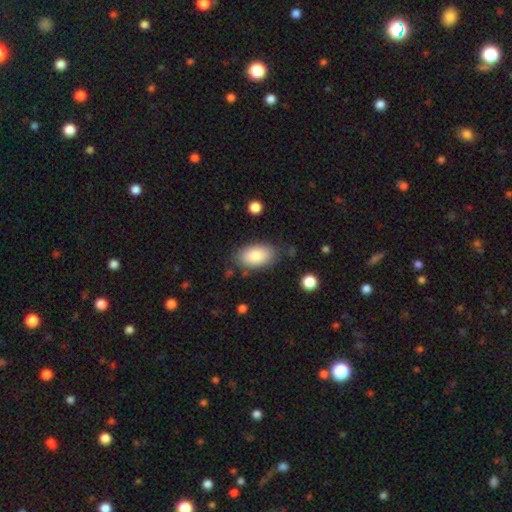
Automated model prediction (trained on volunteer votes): Smooth or featured?
  - smooth: 82% *
  - featured or disk: 11%
  - star or artifact: 7%
How rounded?
  - in between: 93% *
  - round: 5%
  - cigar-shaped: 2%
Merging?
  - none: 79% *
  - minor disturbance: 14%
  - major disturbance: 4%
  - merger: 3%